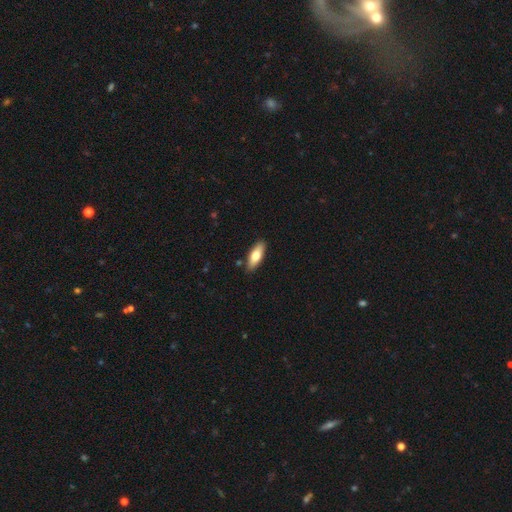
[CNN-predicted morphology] Smooth or featured? smooth (71%)
How rounded? in between (68%)
Merging? none (86%)